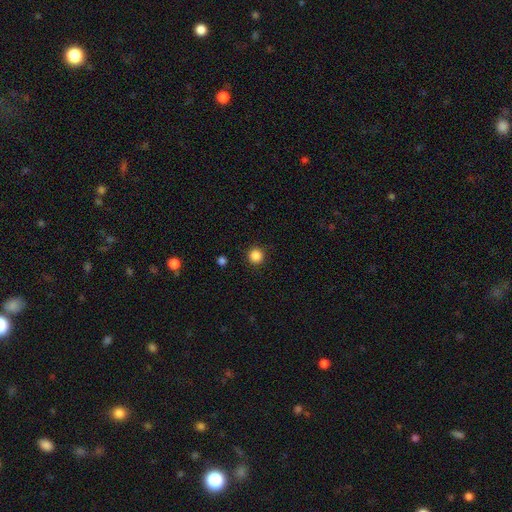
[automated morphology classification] smooth 87%, star or artifact 11%, featured or disk 3%. Down the decision tree: how rounded — round (95%); merging — none (92%).